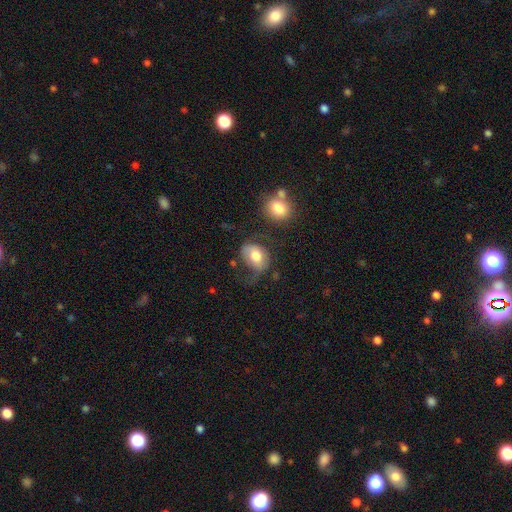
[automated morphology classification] type=smooth (68%); roundness=in between (69%); merging=none (42%).